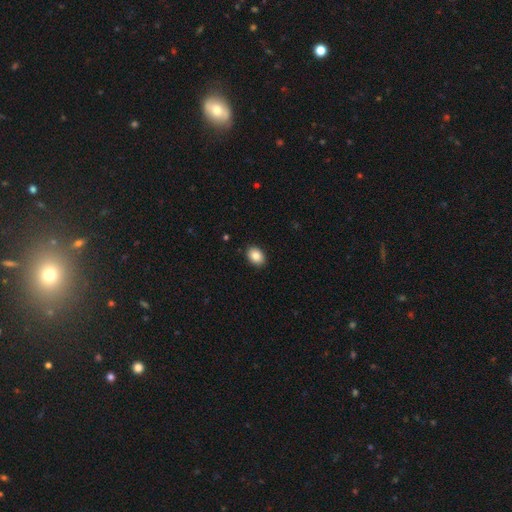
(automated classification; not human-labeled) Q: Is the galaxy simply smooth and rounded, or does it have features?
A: smooth — 86%.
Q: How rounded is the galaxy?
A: in between — 75%.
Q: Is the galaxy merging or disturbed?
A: none — 90%.